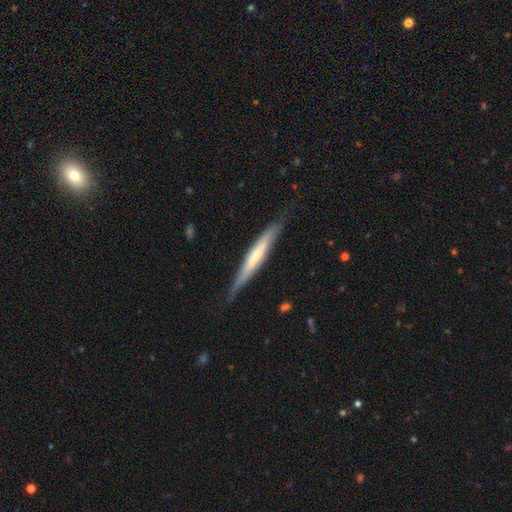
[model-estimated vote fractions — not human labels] A featured or disk galaxy (54%) viewed edge-on (90%). Merging: none (79%).